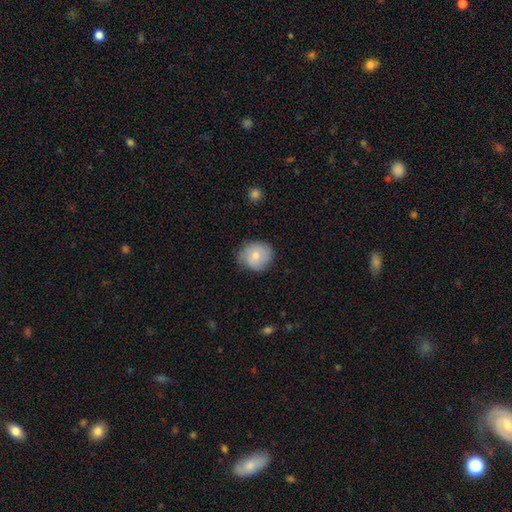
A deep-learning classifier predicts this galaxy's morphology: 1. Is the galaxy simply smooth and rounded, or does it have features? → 68% smooth, 25% featured or disk, 7% star or artifact.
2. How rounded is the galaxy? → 78% round, 21% in between, 1% cigar-shaped.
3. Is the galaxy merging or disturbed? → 66% none, 27% minor disturbance, 6% major disturbance, 1% merger.